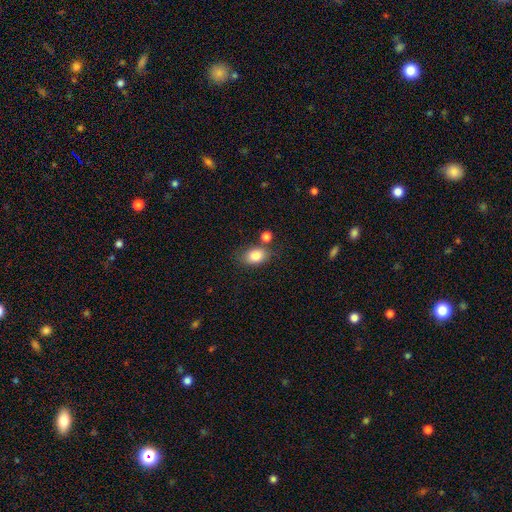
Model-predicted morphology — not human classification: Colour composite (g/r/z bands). It shows a smooth galaxy with no disk features (82%) that is in between round and cigar-shaped (76%). Merging: none (67%).